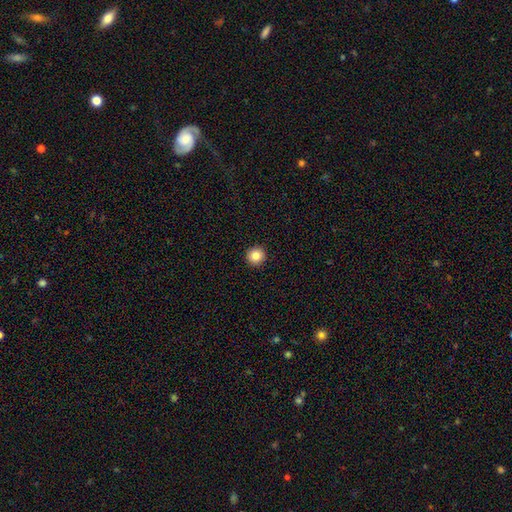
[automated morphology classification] A smooth galaxy with no disk features (85%) that is round (95%).

Vote fractions:
- Smooth or featured? smooth: 85% / star or artifact: 10% / featured or disk: 5%
- How rounded? round: 95% / in between: 4% / cigar-shaped: 1%
- Merging? none: 94% / minor disturbance: 4% / major disturbance: 1% / merger: 1%